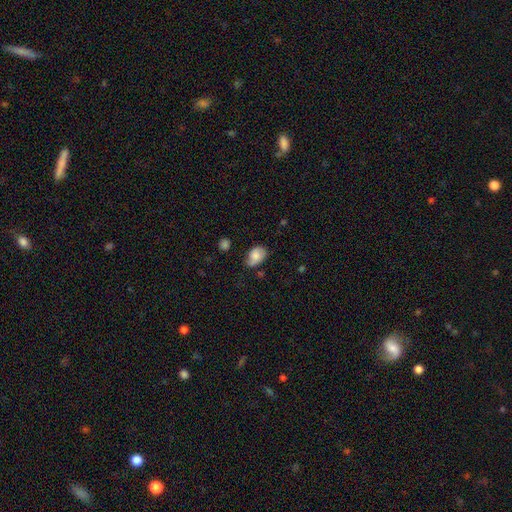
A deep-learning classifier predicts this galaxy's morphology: Smooth or featured?
  - smooth: 74% *
  - featured or disk: 18%
  - star or artifact: 8%
How rounded?
  - in between: 83% *
  - round: 16%
  - cigar-shaped: 1%
Merging?
  - none: 54% *
  - minor disturbance: 35%
  - major disturbance: 8%
  - merger: 3%